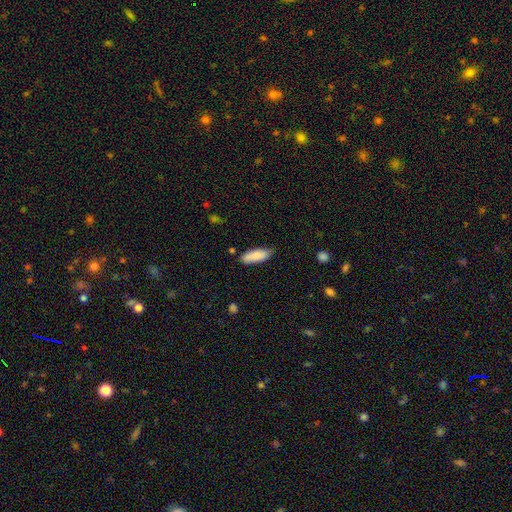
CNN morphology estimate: Overall: smooth (84%). How rounded: in between (69%; cigar-shaped 29%). Merging: none (75%).